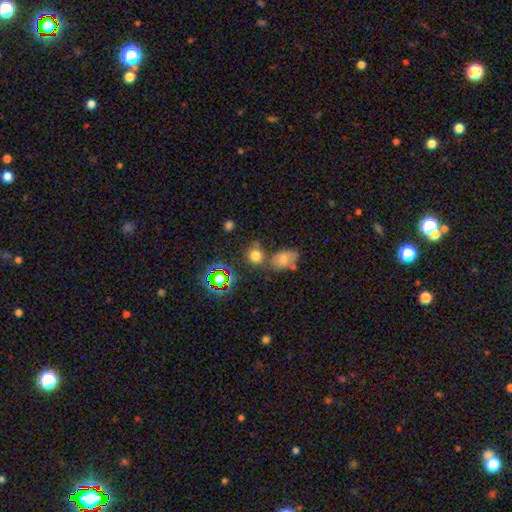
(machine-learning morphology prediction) Smooth or featured? smooth (67%)
How rounded? round (73%)
Merging? none (59%)